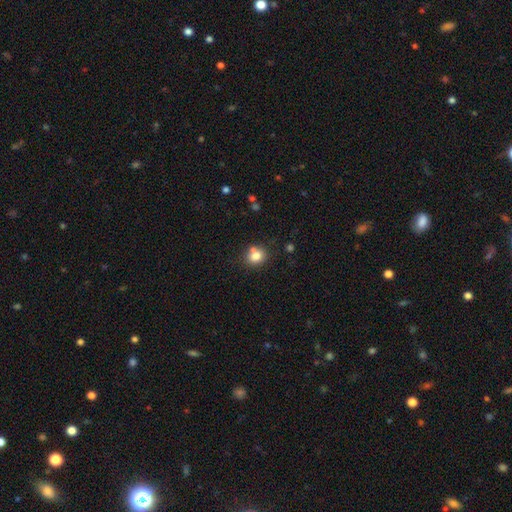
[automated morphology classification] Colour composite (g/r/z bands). It shows a smooth galaxy with no disk features (80%) that is round (71%). Merging: none (64%).